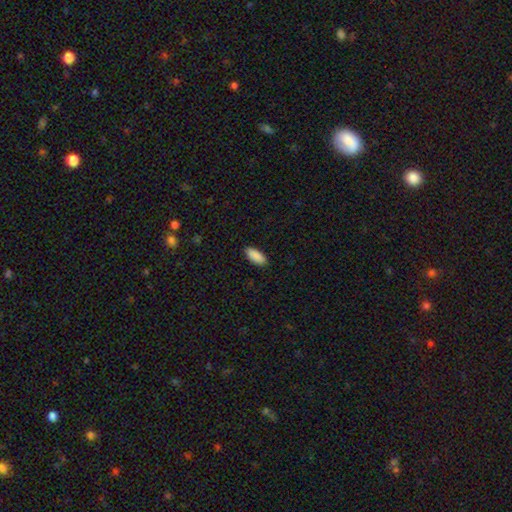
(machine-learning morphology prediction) A smooth galaxy with no disk features (90%) that is in between round and cigar-shaped (81%).

Vote fractions:
- Smooth or featured? smooth: 90% / star or artifact: 6% / featured or disk: 4%
- How rounded? in between: 81% / cigar-shaped: 17% / round: 2%
- Merging? none: 89% / minor disturbance: 9% / major disturbance: 2% / merger: 1%